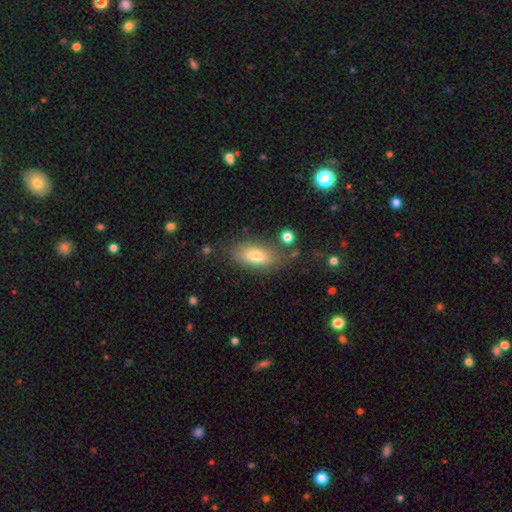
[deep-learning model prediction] This is likely a smooth galaxy (74%). How rounded: clearly in between (86%). Merging: likely none (72%).